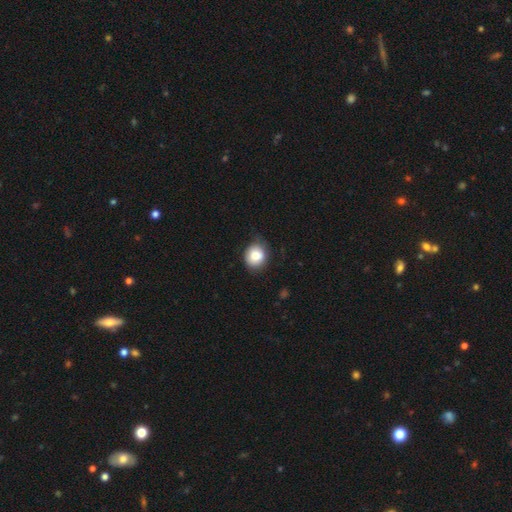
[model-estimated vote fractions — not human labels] smooth-or-featured: smooth: 83% | star or artifact: 9% | featured or disk: 9%
  how-rounded: round: 74% | in between: 25% | cigar-shaped: 1%
  merging: none: 73% | minor disturbance: 21% | major disturbance: 4% | merger: 1%